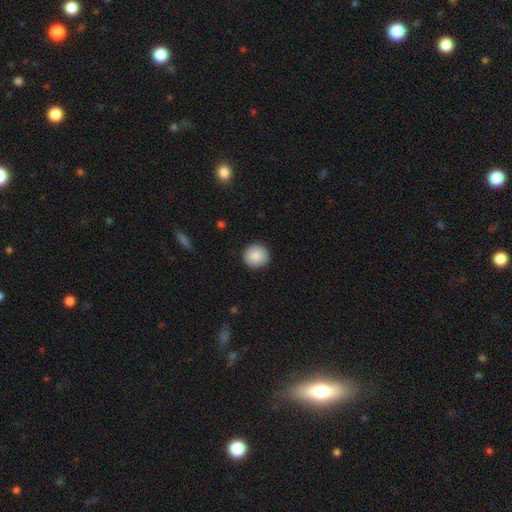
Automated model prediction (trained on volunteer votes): The model was most divided on "smooth or featured": smooth: 87%, star or artifact: 7%, featured or disk: 6%. More confident: how rounded — round (93%); merging — none (92%).